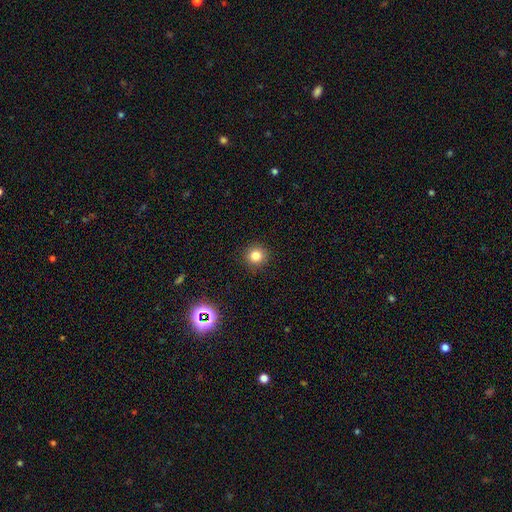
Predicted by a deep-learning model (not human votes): Smooth or featured: smooth — 81% (star or artifact — 14%)
How rounded: round — 93% (in between — 6%)
Merging: none — 92% (minor disturbance — 5%)